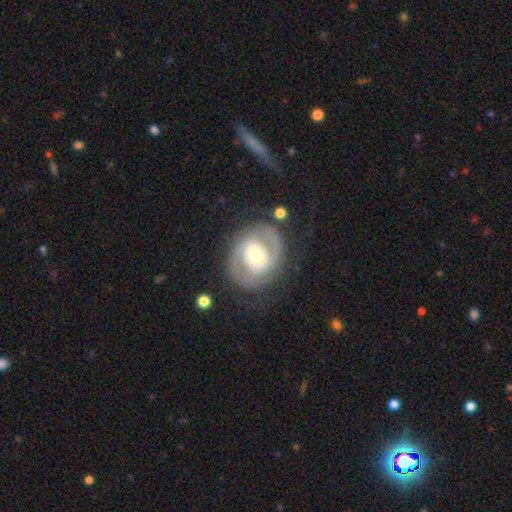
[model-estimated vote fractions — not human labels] Smooth or featured?
  - featured or disk: 79% *
  - smooth: 16%
  - star or artifact: 5%
Edge-on disk?
  - no: 97% *
  - yes: 3%
Bar?
  - no: 51% *
  - weak: 33%
  - strong: 15%
Spiral arms?
  - yes: 79% *
  - no: 21%
Spiral winding?
  - tight: 52% *
  - medium: 35%
  - loose: 13%
Spiral arm count?
  - 2: 74% *
  - can't tell: 15%
  - 1: 4%
  - 3: 4%
  - 4: 2%
  - more than 4: 2%
Bulge size?
  - moderate: 61% *
  - small: 29%
  - large: 8%
  - dominant: 1%
  - none: 1%
Merging?
  - none: 73% *
  - minor disturbance: 15%
  - major disturbance: 10%
  - merger: 2%